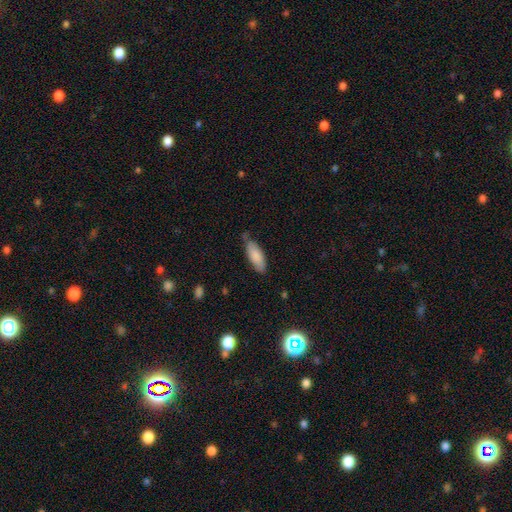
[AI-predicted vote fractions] Q: Smooth or featured?
A: smooth (84%); runner-up: featured or disk (10%)
Q: How rounded?
A: in between (68%); runner-up: cigar-shaped (30%)
Q: Merging?
A: none (63%); runner-up: minor disturbance (27%)